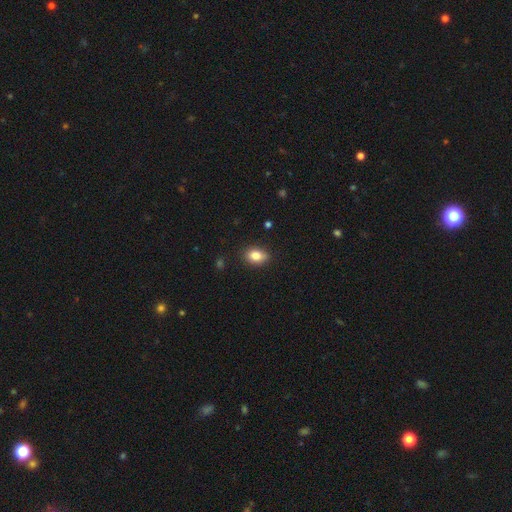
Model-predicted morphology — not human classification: Overall: smooth (83%). How rounded: in between (78%). Merging: none (85%).